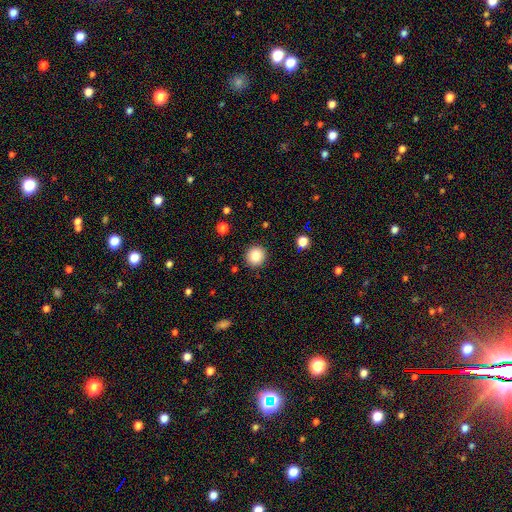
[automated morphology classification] This appears to be a smooth galaxy with no disk features (83%) that is round (94%). Merging: none (92%).